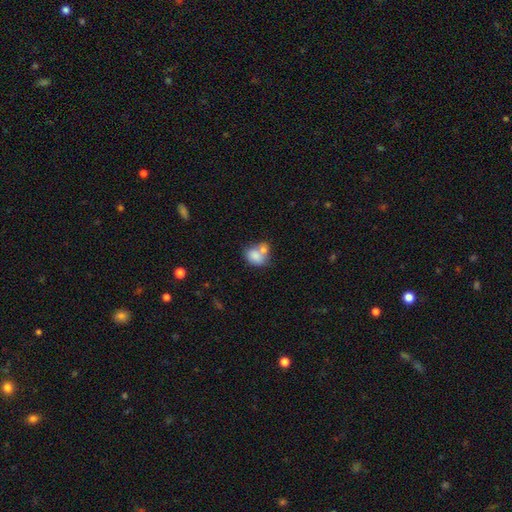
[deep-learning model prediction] Overall: smooth (79%). How rounded: in between (63%; round 36%). Merging: merger (53%; none 30%).